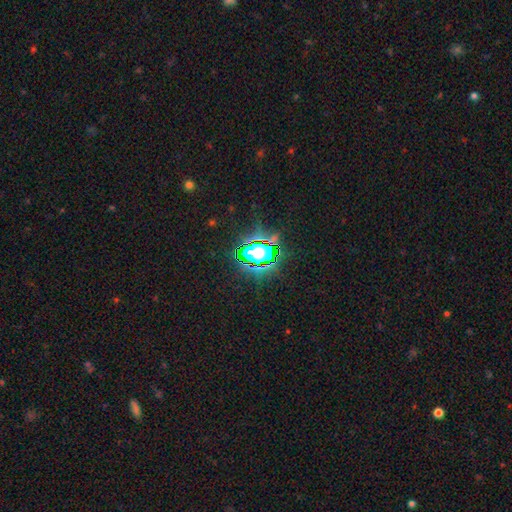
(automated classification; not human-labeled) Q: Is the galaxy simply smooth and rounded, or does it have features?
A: star or artifact — 73%.